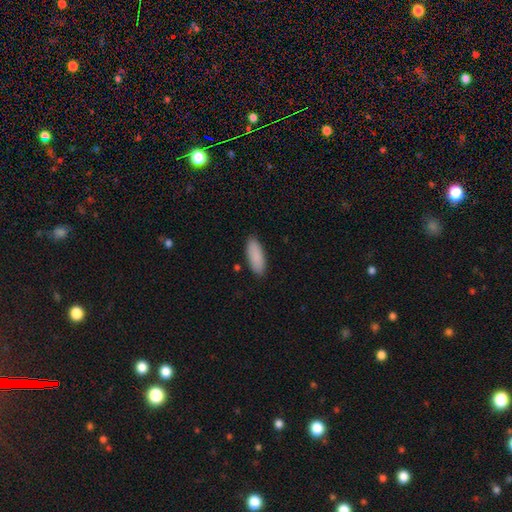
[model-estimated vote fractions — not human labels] Morphology: type=smooth (90%); roundness=in between (68%); merging=none (88%).